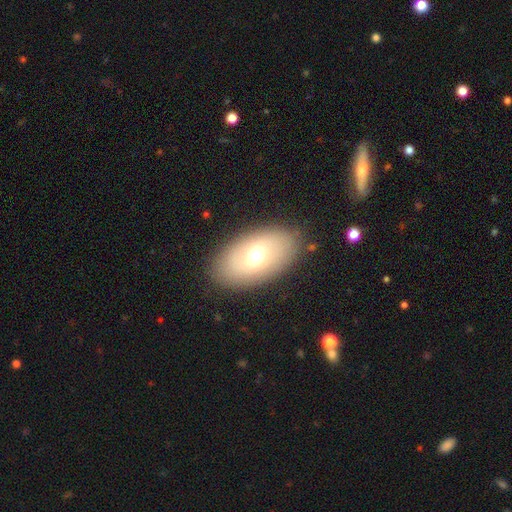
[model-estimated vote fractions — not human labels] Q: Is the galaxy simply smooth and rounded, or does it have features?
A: smooth — 60%.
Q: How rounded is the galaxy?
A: in between — 91%.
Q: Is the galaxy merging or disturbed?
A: none — 85%.